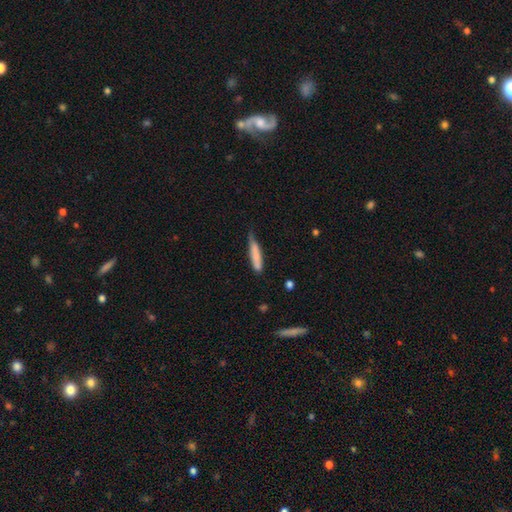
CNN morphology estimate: Smooth or featured?
  - smooth: 76% *
  - featured or disk: 18%
  - star or artifact: 6%
How rounded?
  - cigar-shaped: 84% *
  - in between: 15%
  - round: 1%
Merging?
  - none: 49% *
  - minor disturbance: 38%
  - major disturbance: 9%
  - merger: 4%